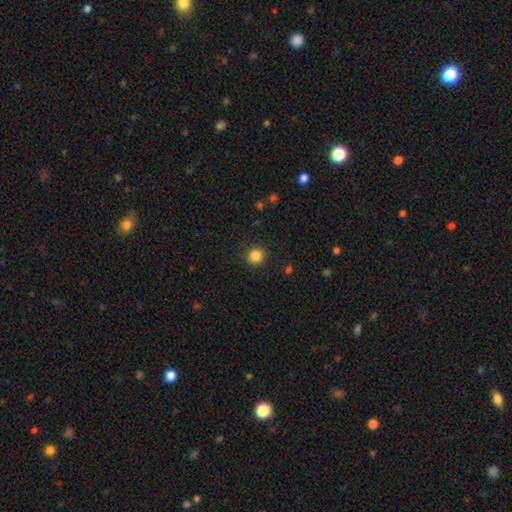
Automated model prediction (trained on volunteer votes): Morphology: type=smooth (86%); roundness=round (86%); merging=none (89%).